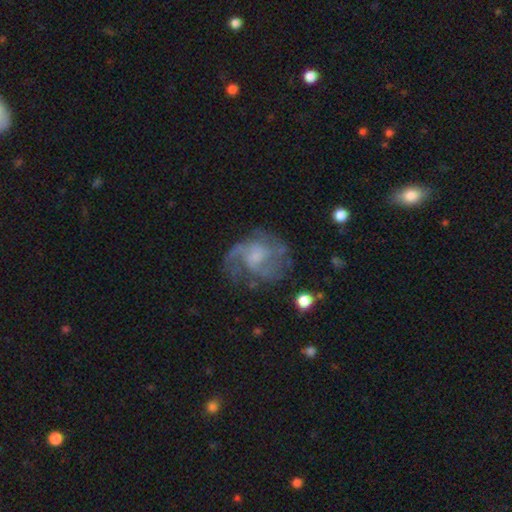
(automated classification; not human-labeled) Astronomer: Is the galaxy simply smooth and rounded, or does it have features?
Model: featured or disk — 75%.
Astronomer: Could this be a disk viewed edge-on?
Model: no — 98%.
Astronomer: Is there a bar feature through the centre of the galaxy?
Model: no — 57% (runner-up: weak, 37%).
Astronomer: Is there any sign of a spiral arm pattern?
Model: yes — 87%.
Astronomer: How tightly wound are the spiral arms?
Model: medium — 46% (runner-up: loose, 30%).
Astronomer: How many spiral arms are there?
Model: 2 — 33% (runner-up: can't tell, 26%).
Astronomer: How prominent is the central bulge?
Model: small — 41% (runner-up: moderate, 29%).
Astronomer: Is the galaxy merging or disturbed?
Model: none — 56%.